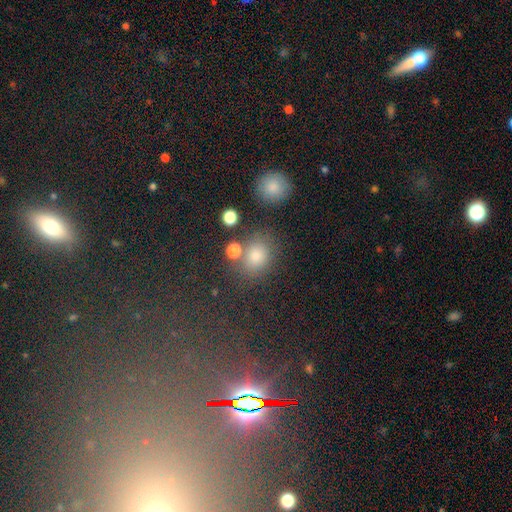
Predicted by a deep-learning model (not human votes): smooth-or-featured: smooth: 78% | star or artifact: 15% | featured or disk: 7%
  how-rounded: round: 57% | in between: 42% | cigar-shaped: 1%
  merging: none: 68% | minor disturbance: 14% | merger: 11% | major disturbance: 7%